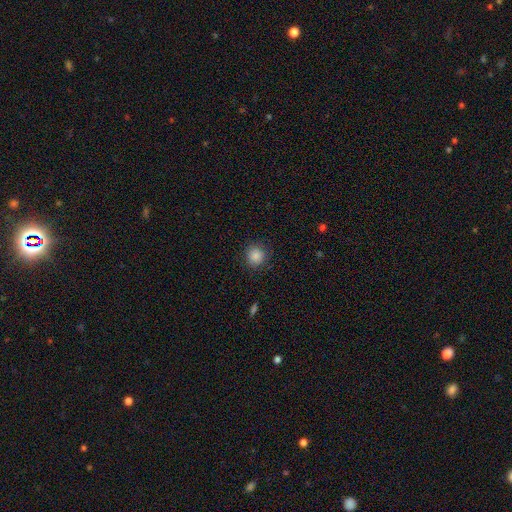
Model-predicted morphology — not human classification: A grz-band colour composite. It shows a smooth galaxy with no disk features (86%) that is round (91%). Merging: none (88%).